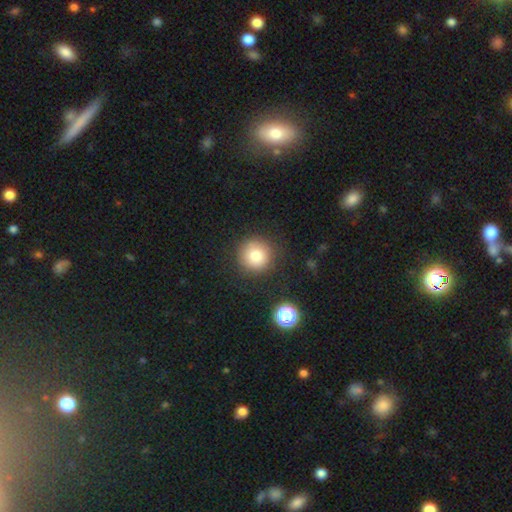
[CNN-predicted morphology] This appears to be a smooth galaxy with no disk features (80%) that is round (94%). Merging: none (86%).